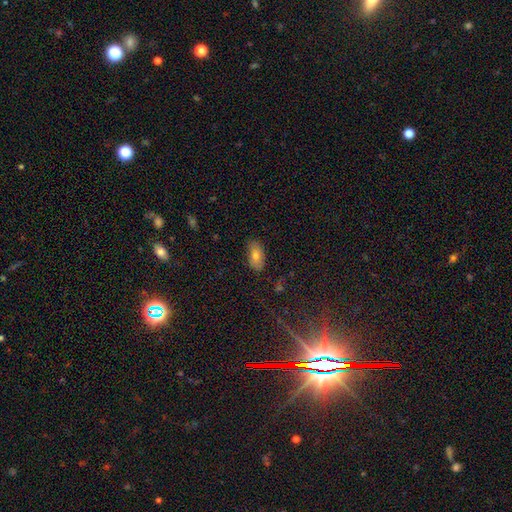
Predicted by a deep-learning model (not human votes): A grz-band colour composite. It shows a smooth galaxy with no disk features (64%) that is in between round and cigar-shaped (91%). Merging: none (83%).